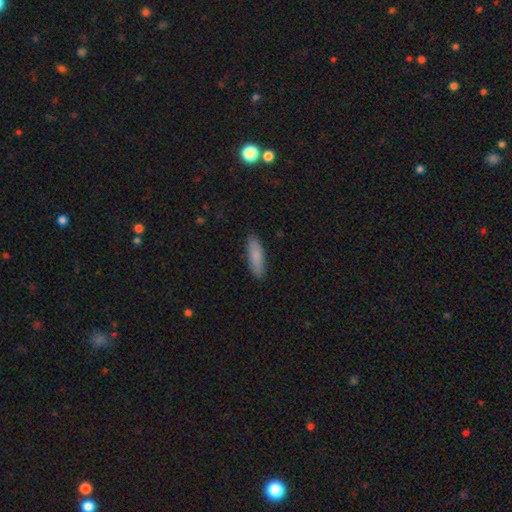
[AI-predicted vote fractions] smooth-or-featured: smooth: 86% | featured or disk: 8% | star or artifact: 6%
  how-rounded: cigar-shaped: 55% | in between: 43% | round: 2%
  merging: none: 88% | minor disturbance: 10% | major disturbance: 2% | merger: 1%